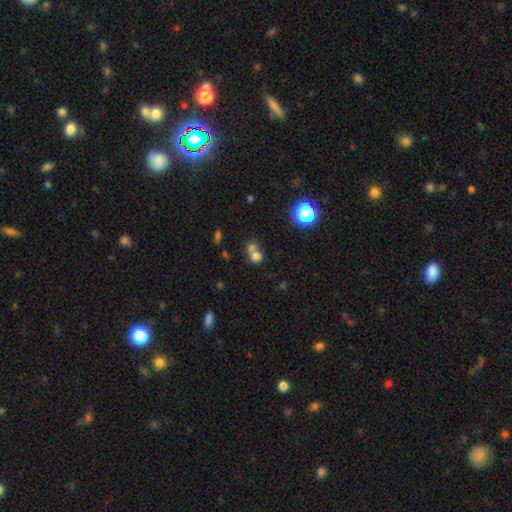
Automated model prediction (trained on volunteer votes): A smooth galaxy with no disk features (71%) that is round (76%). Merging: merger (57%).